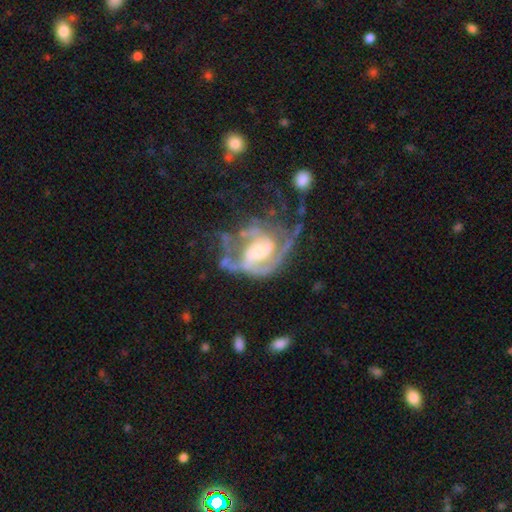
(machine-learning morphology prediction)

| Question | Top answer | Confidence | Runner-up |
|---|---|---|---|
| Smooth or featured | featured or disk | 87% | smooth (7%) |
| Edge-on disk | no | 98% | yes (2%) |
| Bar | no | 44% | weak (42%) |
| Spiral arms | yes | 94% | no (6%) |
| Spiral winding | tight | 45% | medium (43%) |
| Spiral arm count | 2 | 51% | can't tell (19%) |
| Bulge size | moderate | 46% | small (39%) |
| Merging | none | 42% | major disturbance (30%) |